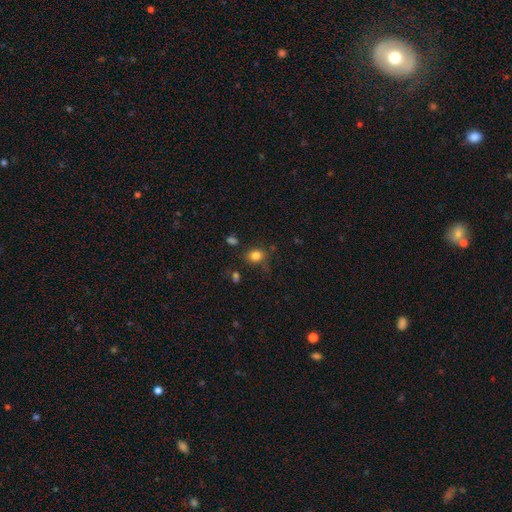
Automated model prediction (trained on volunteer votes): Overall: smooth (81%). How rounded: round (59%; in between 40%). Merging: none (75%).